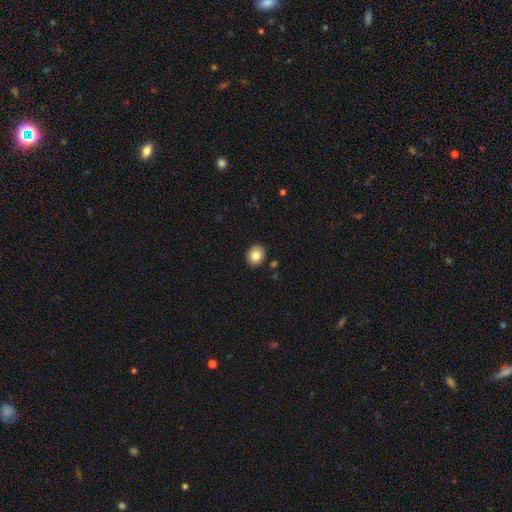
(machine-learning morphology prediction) smooth_or_featured: smooth (p=0.83) [alt: star or artifact p=0.09]
how_rounded: round (p=0.65) [alt: in between p=0.34]
merging: none (p=0.90) [alt: minor disturbance p=0.07]